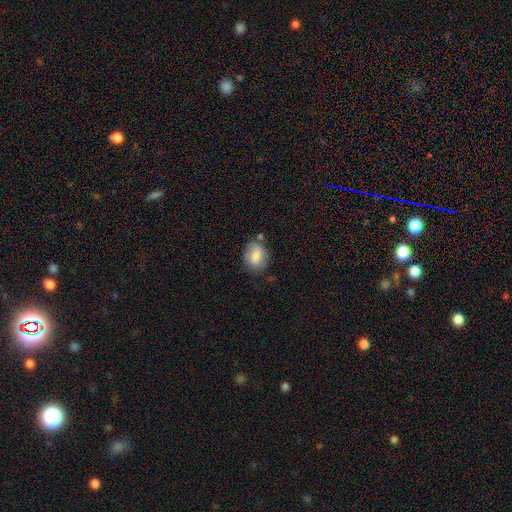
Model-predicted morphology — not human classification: smooth_or_featured: smooth (p=0.79) [alt: featured or disk p=0.13]
how_rounded: in between (p=0.66) [alt: round p=0.32]
merging: none (p=0.63) [alt: minor disturbance p=0.23]